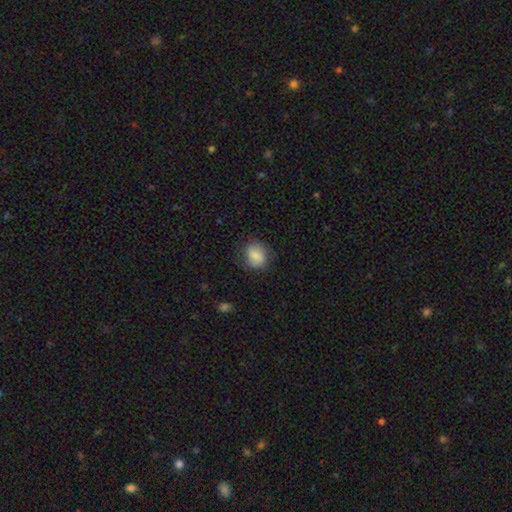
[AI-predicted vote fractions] A smooth galaxy with no disk features (80%) that is round (58%). Merging: none (74%).